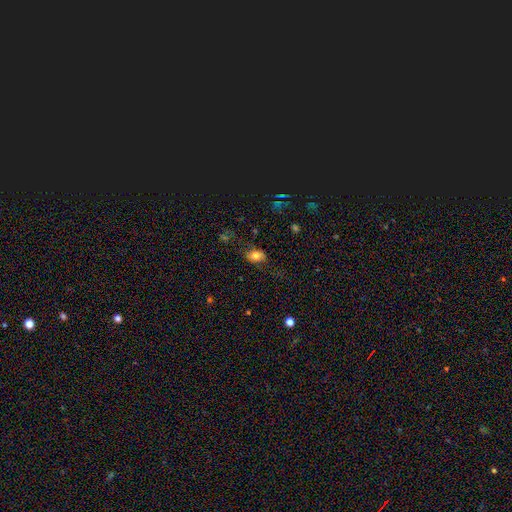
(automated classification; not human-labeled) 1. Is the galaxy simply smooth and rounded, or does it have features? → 74% smooth, 15% featured or disk, 11% star or artifact.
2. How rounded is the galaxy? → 78% in between, 20% round, 2% cigar-shaped.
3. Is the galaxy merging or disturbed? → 67% none, 21% minor disturbance, 10% major disturbance, 2% merger.